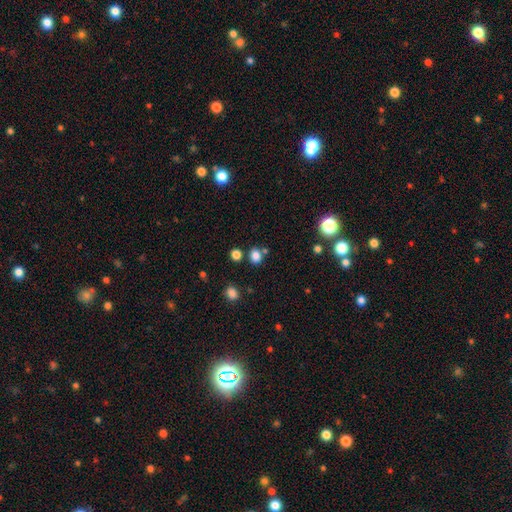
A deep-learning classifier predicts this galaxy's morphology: smooth 81%, star or artifact 14%, featured or disk 5%. Down the decision tree: how rounded — round (58%); merging — none (72%).